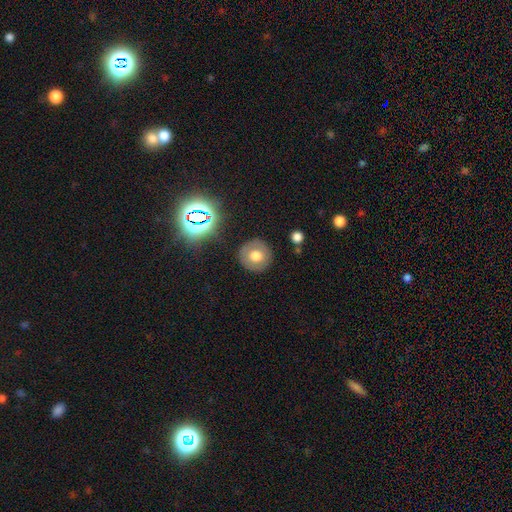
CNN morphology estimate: smooth-or-featured: smooth: 64% | featured or disk: 23% | star or artifact: 13%
  how-rounded: round: 93% | in between: 7% | cigar-shaped: 1%
  merging: none: 87% | minor disturbance: 8% | major disturbance: 3% | merger: 2%